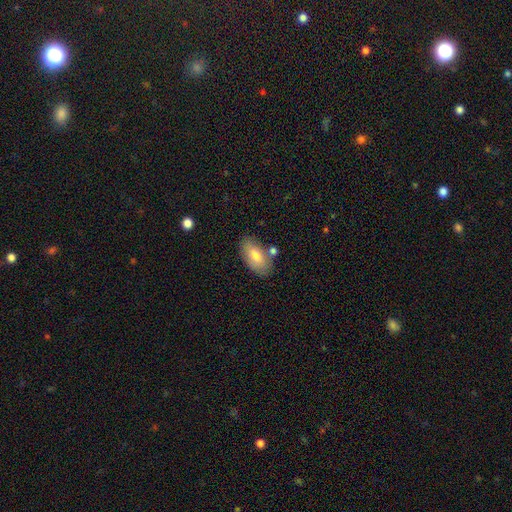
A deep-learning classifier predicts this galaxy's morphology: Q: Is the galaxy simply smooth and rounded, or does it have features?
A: smooth — 76%.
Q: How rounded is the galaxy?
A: in between — 91%.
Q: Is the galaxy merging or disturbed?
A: none — 73%.